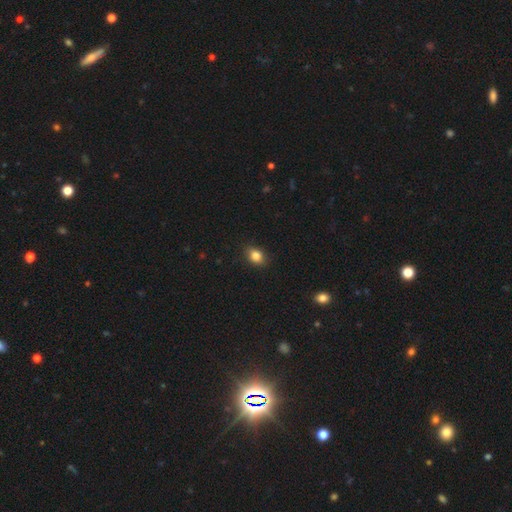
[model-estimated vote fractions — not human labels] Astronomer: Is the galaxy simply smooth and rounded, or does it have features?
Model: smooth — 85%.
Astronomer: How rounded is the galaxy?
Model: in between — 64%.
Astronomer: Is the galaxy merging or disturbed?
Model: none — 82%.